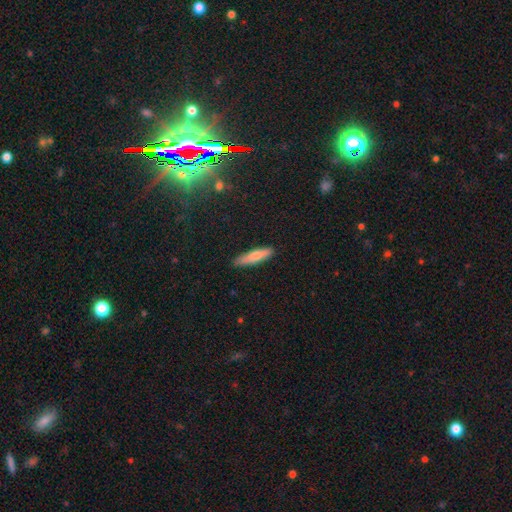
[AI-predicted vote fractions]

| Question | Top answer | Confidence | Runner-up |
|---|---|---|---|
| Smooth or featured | smooth | 72% | featured or disk (22%) |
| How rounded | cigar-shaped | 81% | in between (17%) |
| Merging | none | 87% | minor disturbance (10%) |